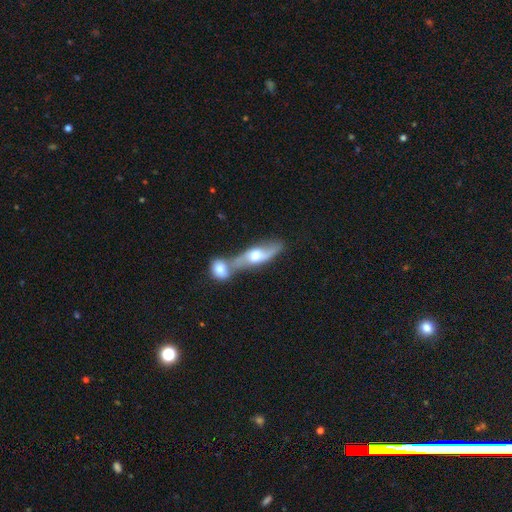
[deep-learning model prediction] Overall: featured or disk (58%; smooth 36%). Edge-on disk: no (56%; yes 44%). Merging: merger (53%; none 32%).